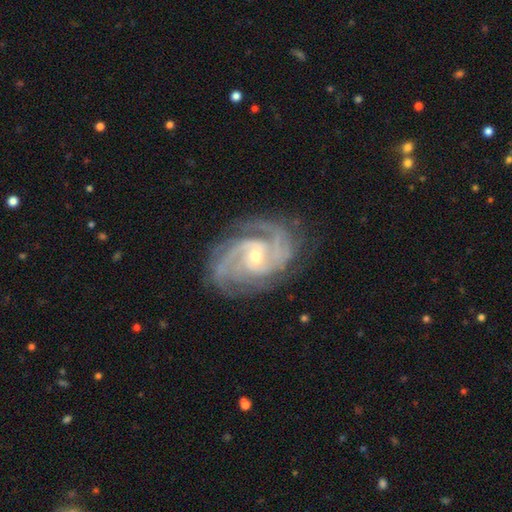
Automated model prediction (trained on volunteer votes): A featured or disk galaxy (92%) with a weak bar (44%, tied with no), 2 (33%, tied with 3) tight (56%) spiral arms (98%) and a small central bulge (52%). Merging: none (76%).